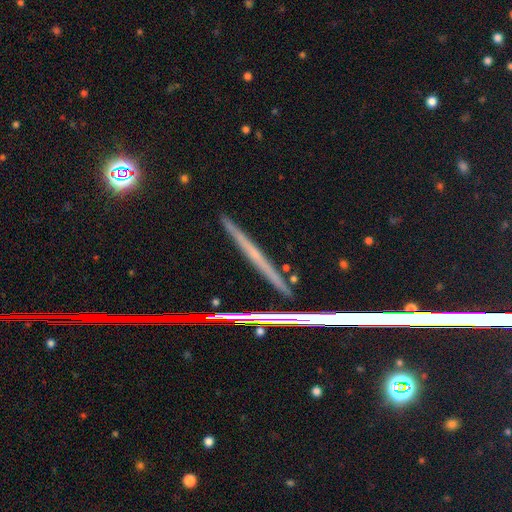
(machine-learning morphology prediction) featured or disk 47%, star or artifact 34%, smooth 18%. Down the decision tree: merging — none (89%).